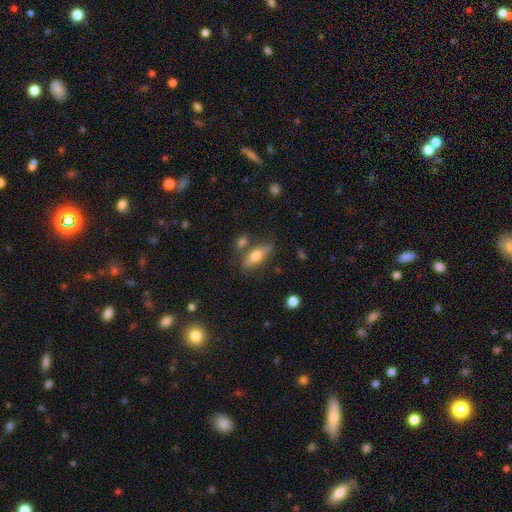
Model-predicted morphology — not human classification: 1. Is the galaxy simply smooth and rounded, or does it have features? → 49% smooth, 44% featured or disk, 7% star or artifact.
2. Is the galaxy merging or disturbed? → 68% none, 15% minor disturbance, 12% merger, 5% major disturbance.